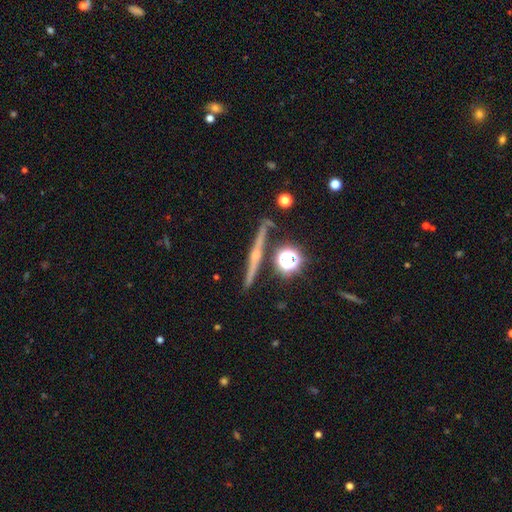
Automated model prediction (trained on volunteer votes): The model was most divided on "smooth or featured": featured or disk: 74%, smooth: 14%, star or artifact: 12%. More confident: edge-on disk — yes (97%); merging — none (86%); edge-on bulge — rounded (77%).